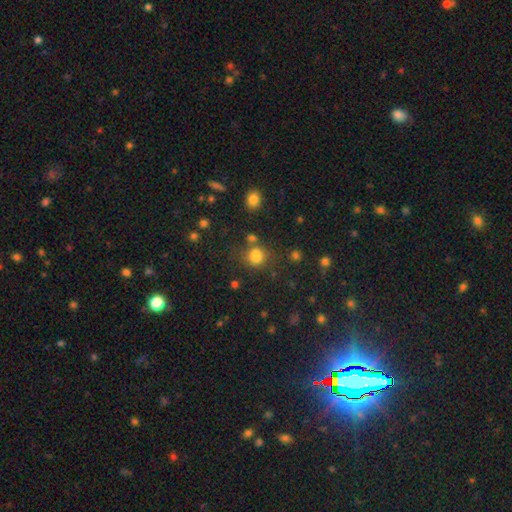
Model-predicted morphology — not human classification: smooth_or_featured: smooth (p=0.76) [alt: star or artifact p=0.17]
how_rounded: round (p=0.70) [alt: in between p=0.29]
merging: none (p=0.61) [alt: merger p=0.18]